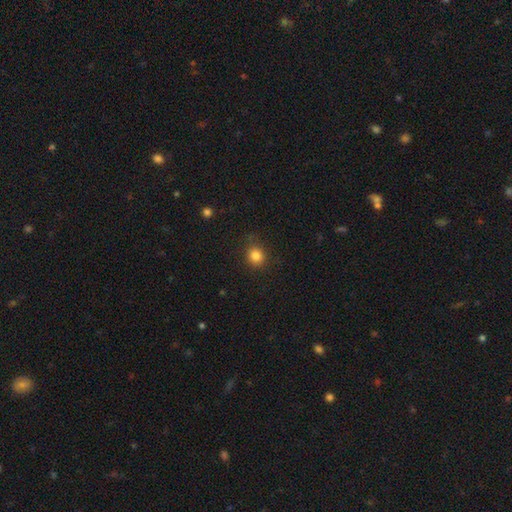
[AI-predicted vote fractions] Overall: smooth (83%). How rounded: round (83%). Merging: none (83%).